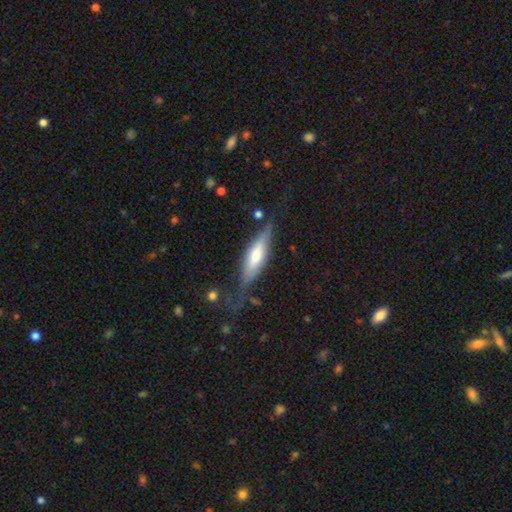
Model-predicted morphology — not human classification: A featured or disk galaxy (53%) viewed edge-on (85%). Merging: none (67%).